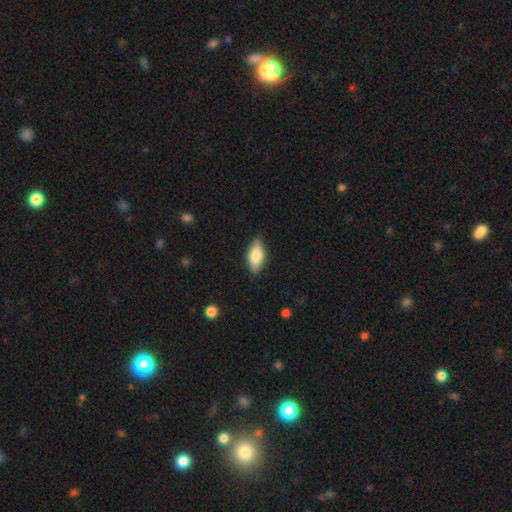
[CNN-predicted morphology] Overall: smooth (75%). How rounded: in between (83%). Merging: none (84%).